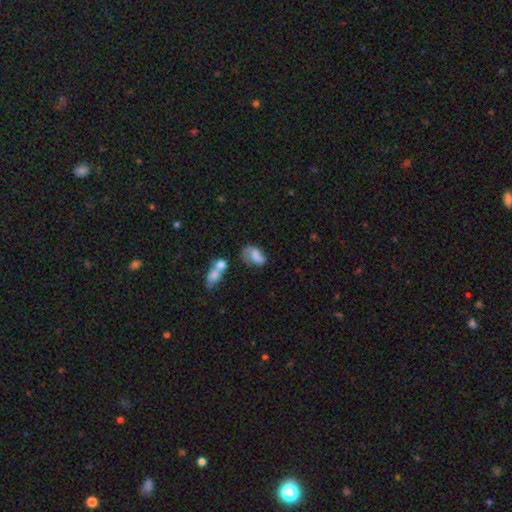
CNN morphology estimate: The model was most divided on "merging": none: 34%, minor disturbance: 27%, major disturbance: 22%, merger: 17%. More confident: how rounded — in between (84%); smooth or featured — smooth (57%).